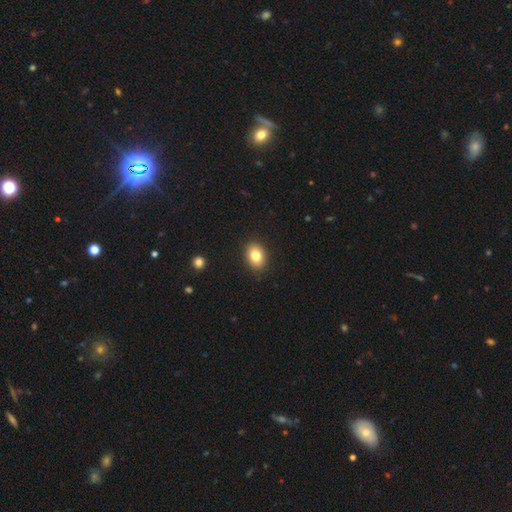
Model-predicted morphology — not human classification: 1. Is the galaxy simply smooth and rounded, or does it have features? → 81% smooth, 10% featured or disk, 9% star or artifact.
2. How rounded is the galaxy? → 74% in between, 25% round, 1% cigar-shaped.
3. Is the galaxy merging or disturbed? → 89% none, 8% minor disturbance, 2% major disturbance, 1% merger.